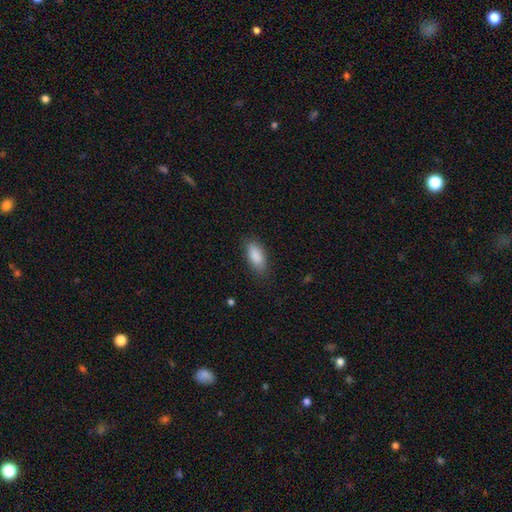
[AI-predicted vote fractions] The model was most divided on "how rounded": in between: 84%, cigar-shaped: 14%, round: 2%. More confident: smooth or featured — smooth (88%); merging — none (83%).